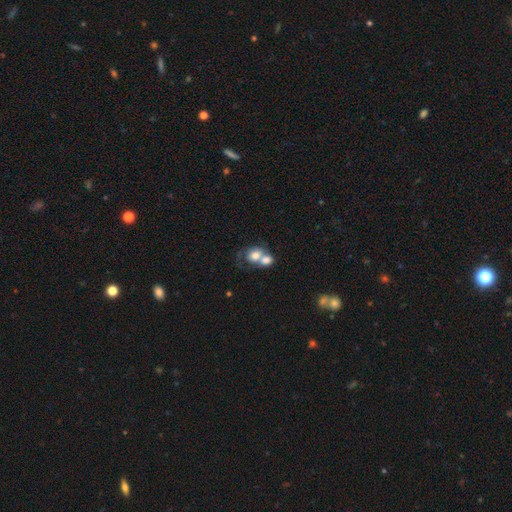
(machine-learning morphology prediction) smooth 68%, featured or disk 23%, star or artifact 8%. Down the decision tree: how rounded — round (57%); merging — merger (72%).